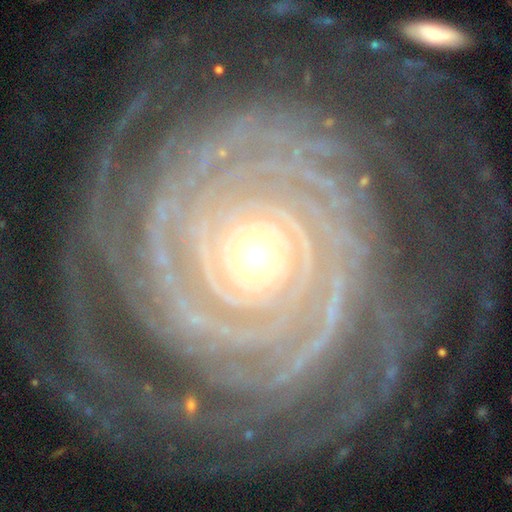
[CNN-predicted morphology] Q: Smooth or featured?
A: featured or disk (92%); runner-up: star or artifact (5%)
Q: Edge-on disk?
A: no (98%); runner-up: yes (2%)
Q: Bar?
A: no (78%); runner-up: weak (12%)
Q: Spiral arms?
A: yes (99%); runner-up: no (1%)
Q: Spiral winding?
A: tight (91%); runner-up: medium (7%)
Q: Spiral arm count?
A: more than 4 (28%); runner-up: 4 (18%)
Q: Bulge size?
A: small (70%); runner-up: moderate (26%)
Q: Merging?
A: none (78%); runner-up: minor disturbance (13%)